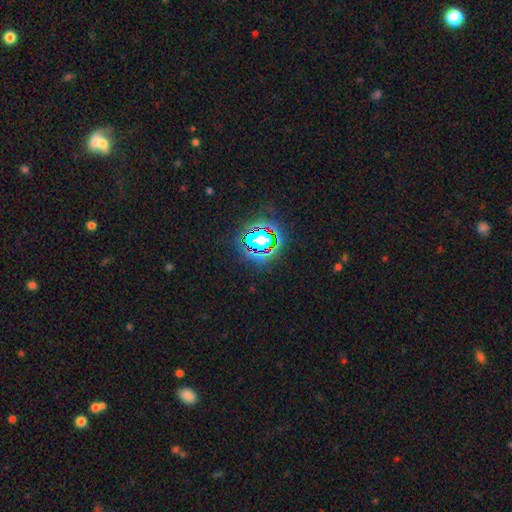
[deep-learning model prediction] Q: Smooth or featured?
A: star or artifact (82%); runner-up: smooth (12%)